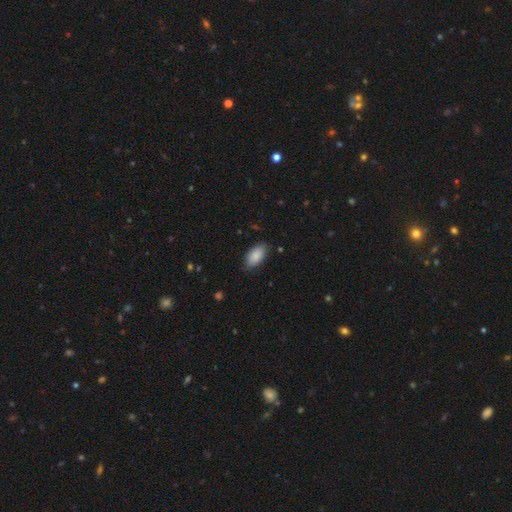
Smooth or featured?
  - smooth: 95% *
  - featured or disk: 2%
  - star or artifact: 2%
How rounded?
  - in between: 89% *
  - cigar-shaped: 8%
  - round: 3%
Merging?
  - none: 82% *
  - minor disturbance: 15%
  - merger: 3%
  - major disturbance: 0%